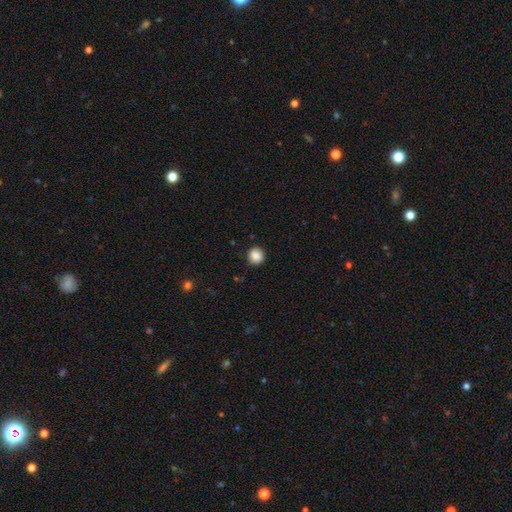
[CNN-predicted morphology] A smooth galaxy with no disk features (87%) that is round (89%).

Vote fractions:
- Smooth or featured? smooth: 87% / star or artifact: 9% / featured or disk: 4%
- How rounded? round: 89% / in between: 10% / cigar-shaped: 1%
- Merging? none: 88% / minor disturbance: 9% / major disturbance: 2% / merger: 1%